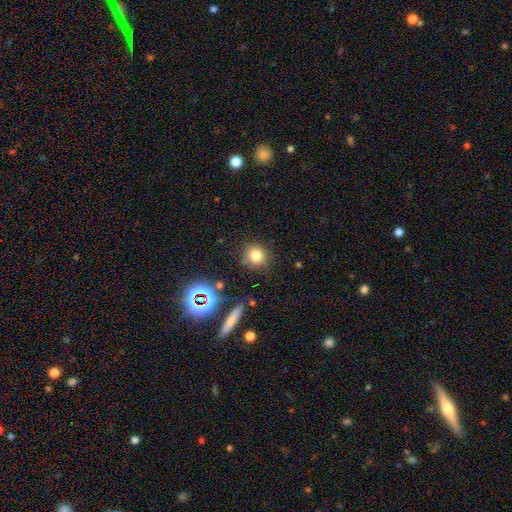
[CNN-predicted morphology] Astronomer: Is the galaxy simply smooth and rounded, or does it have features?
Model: smooth — 77%.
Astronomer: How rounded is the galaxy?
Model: round — 85%.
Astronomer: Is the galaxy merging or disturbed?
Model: none — 82%.